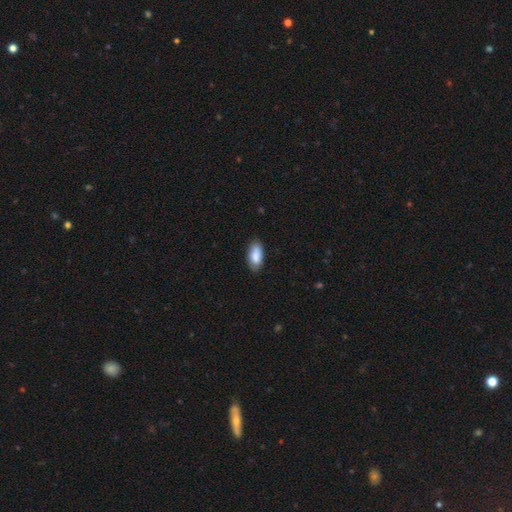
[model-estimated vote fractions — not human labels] smooth-or-featured: smooth: 86% | featured or disk: 8% | star or artifact: 6%
  how-rounded: in between: 90% | cigar-shaped: 8% | round: 2%
  merging: none: 83% | minor disturbance: 14% | major disturbance: 2% | merger: 1%